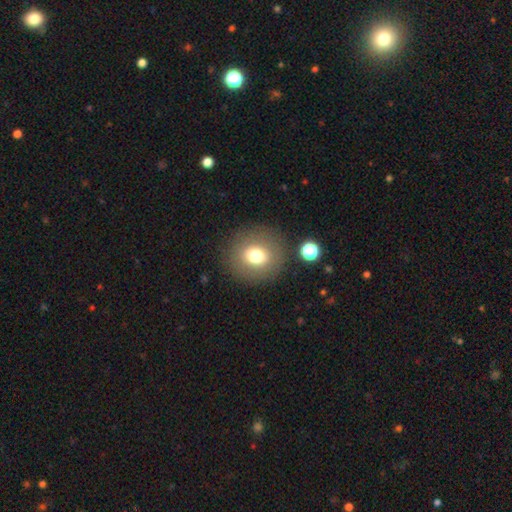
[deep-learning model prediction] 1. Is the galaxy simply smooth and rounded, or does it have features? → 73% smooth, 14% featured or disk, 12% star or artifact.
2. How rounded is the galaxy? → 88% round, 11% in between, 1% cigar-shaped.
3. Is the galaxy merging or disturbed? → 86% none, 8% minor disturbance, 4% major disturbance, 3% merger.